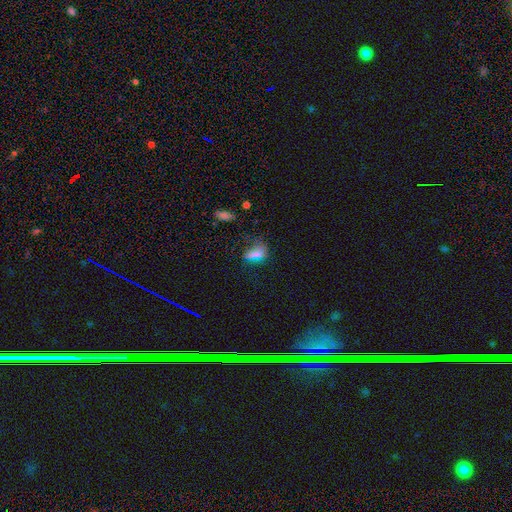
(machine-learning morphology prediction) A smooth galaxy with no disk features (60%) that is in between round and cigar-shaped (56%). Merging: none (62%).